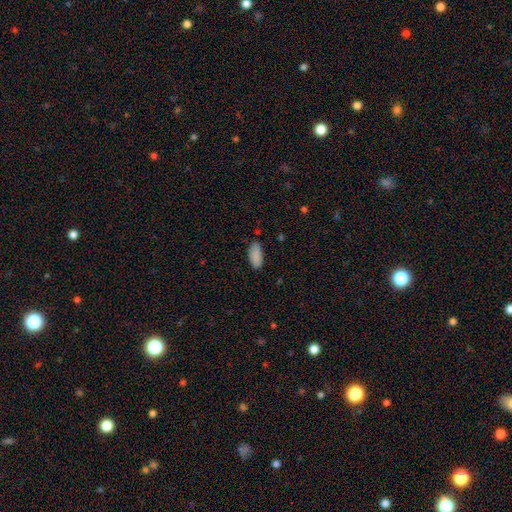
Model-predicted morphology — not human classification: smooth-or-featured: smooth: 89% | star or artifact: 7% | featured or disk: 4%
  how-rounded: in between: 89% | cigar-shaped: 9% | round: 2%
  merging: none: 82% | minor disturbance: 14% | major disturbance: 3% | merger: 1%